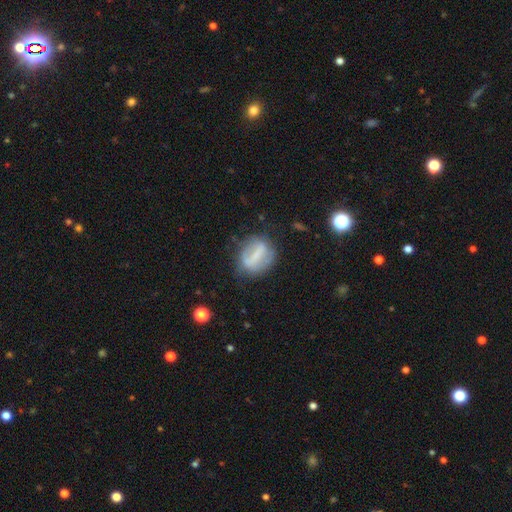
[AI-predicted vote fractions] Morphology: type=featured or disk (51%); edge-on=no (89%); merging=none (65%).